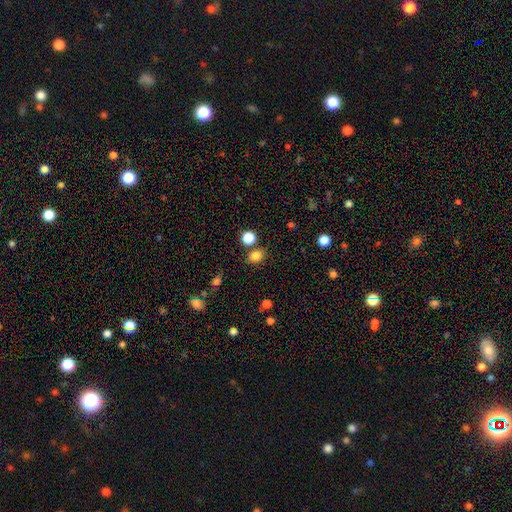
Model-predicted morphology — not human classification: Smooth or featured? Predicted: smooth (p=0.82). How rounded? Predicted: round (p=0.58). Merging? Predicted: none (p=0.77).